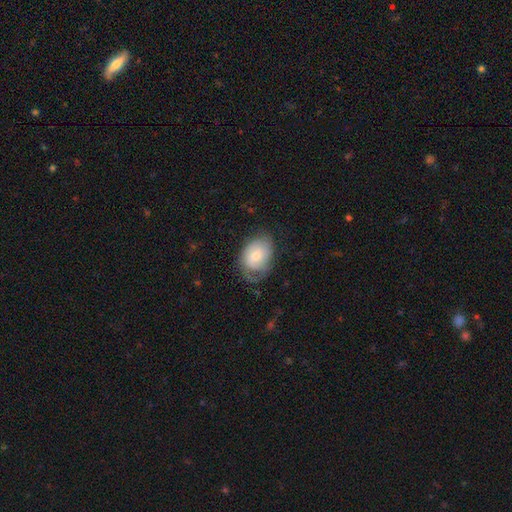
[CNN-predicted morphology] Smooth or featured?
  - smooth: 50% *
  - featured or disk: 43%
  - star or artifact: 7%
How rounded?
  - in between: 73% *
  - round: 26%
  - cigar-shaped: 1%
Merging?
  - none: 47% *
  - minor disturbance: 31%
  - major disturbance: 21%
  - merger: 1%